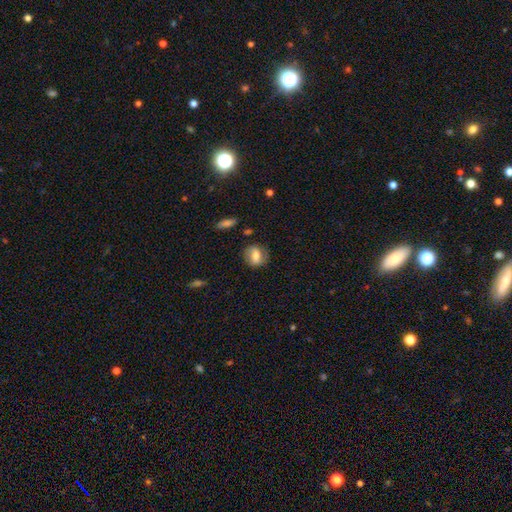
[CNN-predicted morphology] Smooth or featured? smooth (61%)
How rounded? round (57%)
Merging? none (78%)